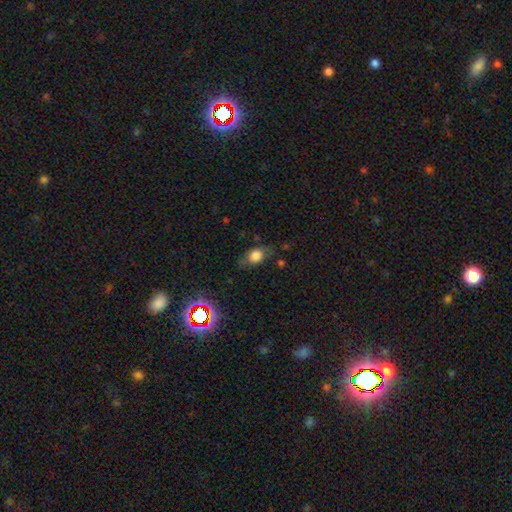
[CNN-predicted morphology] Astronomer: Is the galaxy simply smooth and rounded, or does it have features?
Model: smooth — 71%.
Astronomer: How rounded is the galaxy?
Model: in between — 67%.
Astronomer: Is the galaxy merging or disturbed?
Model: none — 66%.